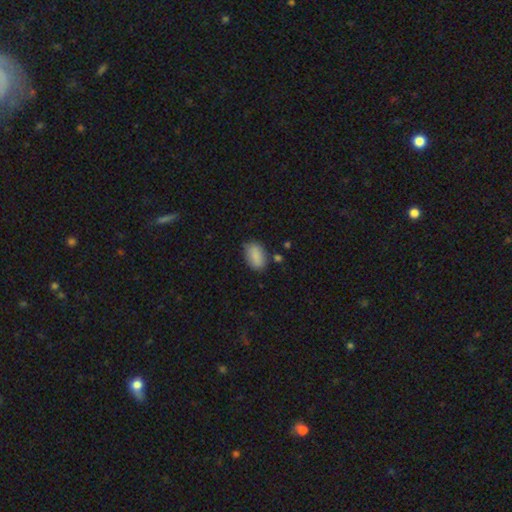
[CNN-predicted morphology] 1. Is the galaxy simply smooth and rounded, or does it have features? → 86% smooth, 7% star or artifact, 7% featured or disk.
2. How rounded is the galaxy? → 91% in between, 7% round, 2% cigar-shaped.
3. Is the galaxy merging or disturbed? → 72% none, 20% minor disturbance, 4% major disturbance, 4% merger.